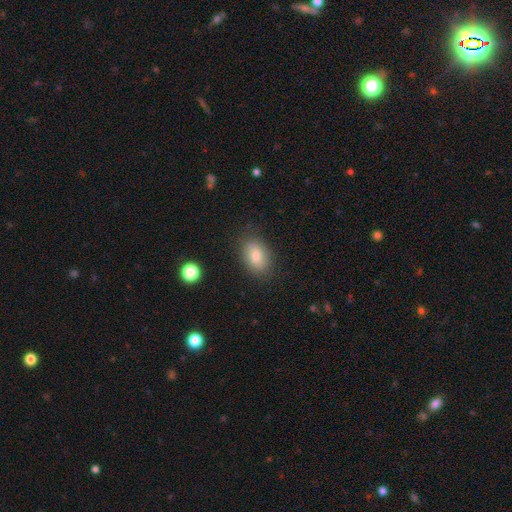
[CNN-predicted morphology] Smooth or featured: smooth — 80% (featured or disk — 11%)
How rounded: in between — 84% (round — 14%)
Merging: none — 84% (minor disturbance — 12%)